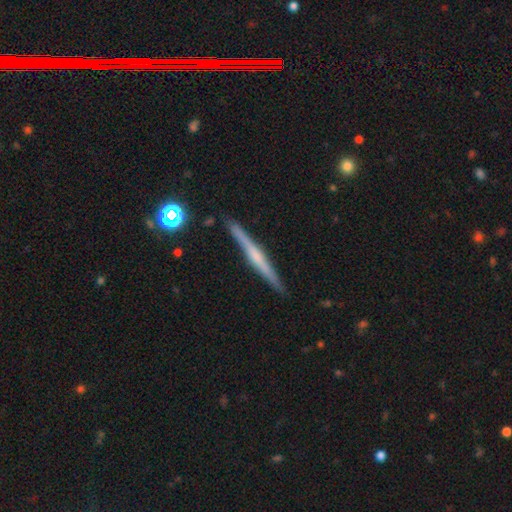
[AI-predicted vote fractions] Smooth or featured?
  - featured or disk: 67% *
  - smooth: 27%
  - star or artifact: 6%
Edge-on disk?
  - yes: 98% *
  - no: 2%
Edge-on bulge?
  - rounded: 49% *
  - none: 37%
  - boxy: 14%
Merging?
  - none: 90% *
  - minor disturbance: 7%
  - merger: 1%
  - major disturbance: 1%